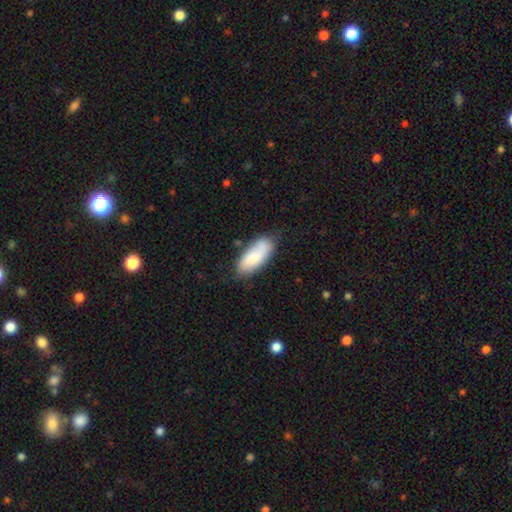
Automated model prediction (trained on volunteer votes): Smooth or featured?
  - smooth: 72% *
  - featured or disk: 22%
  - star or artifact: 6%
How rounded?
  - in between: 85% *
  - cigar-shaped: 13%
  - round: 2%
Merging?
  - none: 64% *
  - minor disturbance: 25%
  - major disturbance: 6%
  - merger: 4%